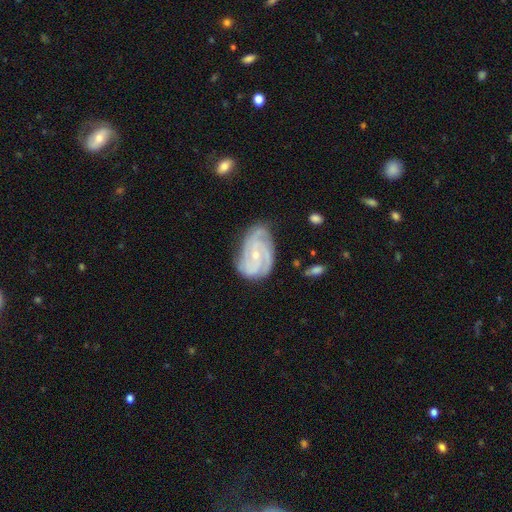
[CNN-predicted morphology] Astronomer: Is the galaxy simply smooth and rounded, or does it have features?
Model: featured or disk — 86%.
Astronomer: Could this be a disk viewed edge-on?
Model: no — 97%.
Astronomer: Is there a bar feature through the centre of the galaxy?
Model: no — 60%.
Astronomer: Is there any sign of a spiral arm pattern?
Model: yes — 97%.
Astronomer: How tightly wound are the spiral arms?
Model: tight — 62%.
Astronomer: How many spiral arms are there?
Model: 3 — 46%.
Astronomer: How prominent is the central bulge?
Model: small — 67%.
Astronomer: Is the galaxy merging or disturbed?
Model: none — 61%.